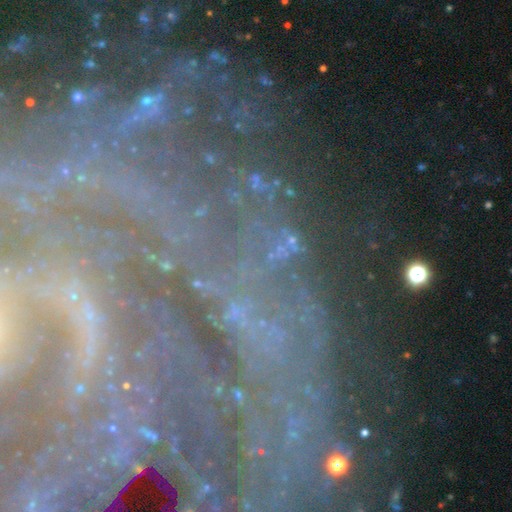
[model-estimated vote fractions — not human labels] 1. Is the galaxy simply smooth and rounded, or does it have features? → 56% star or artifact, 30% featured or disk, 13% smooth.